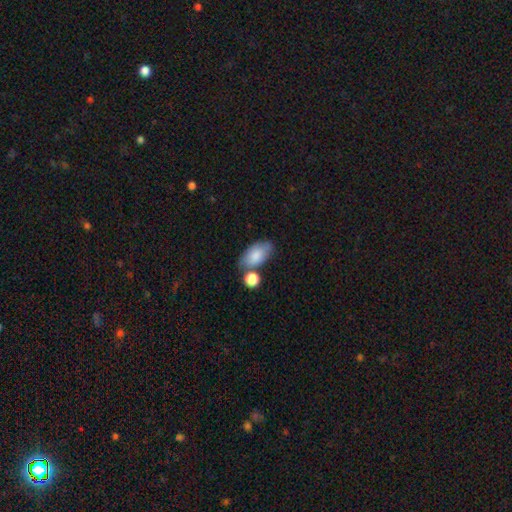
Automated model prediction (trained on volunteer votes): Smooth or featured? Predicted: smooth (p=0.81). How rounded? Predicted: in between (p=0.92). Merging? Predicted: none (p=0.55).